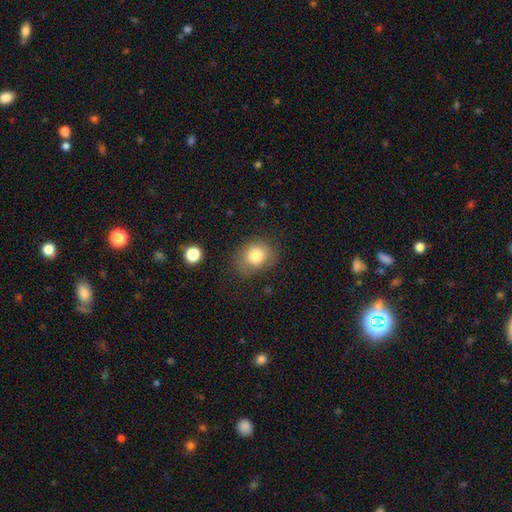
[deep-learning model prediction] Smooth or featured?
  - smooth: 80% *
  - star or artifact: 10%
  - featured or disk: 10%
How rounded?
  - round: 61% *
  - in between: 38%
  - cigar-shaped: 1%
Merging?
  - none: 67% *
  - minor disturbance: 22%
  - major disturbance: 8%
  - merger: 2%